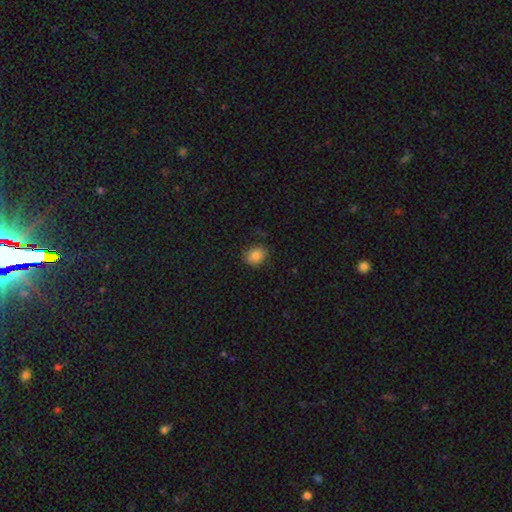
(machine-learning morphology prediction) A smooth galaxy with no disk features (81%) that is round (55%).

Vote fractions:
- Smooth or featured? smooth: 81% / star or artifact: 11% / featured or disk: 8%
- How rounded? round: 55% / in between: 44% / cigar-shaped: 1%
- Merging? none: 79% / minor disturbance: 16% / major disturbance: 4% / merger: 1%